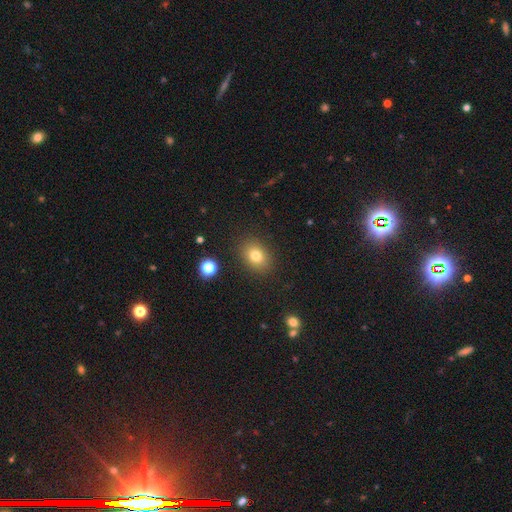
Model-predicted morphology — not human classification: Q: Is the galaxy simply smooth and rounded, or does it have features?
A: smooth — 79%.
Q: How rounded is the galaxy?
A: in between — 54%.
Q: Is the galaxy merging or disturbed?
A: none — 87%.